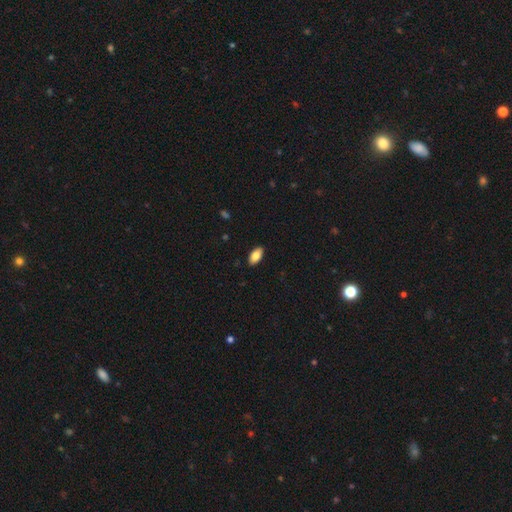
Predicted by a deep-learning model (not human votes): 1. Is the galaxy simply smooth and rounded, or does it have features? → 82% smooth, 11% featured or disk, 7% star or artifact.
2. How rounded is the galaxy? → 93% in between, 5% cigar-shaped, 3% round.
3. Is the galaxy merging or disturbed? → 90% none, 8% minor disturbance, 2% major disturbance, 1% merger.